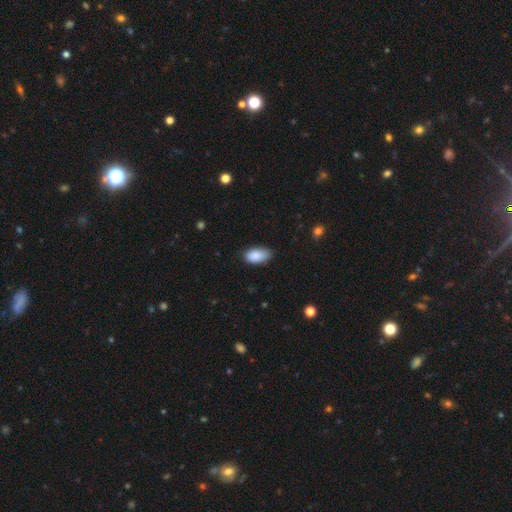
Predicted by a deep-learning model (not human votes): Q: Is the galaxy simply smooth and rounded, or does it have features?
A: smooth — 88%.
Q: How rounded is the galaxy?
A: in between — 94%.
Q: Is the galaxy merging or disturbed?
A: none — 74%.